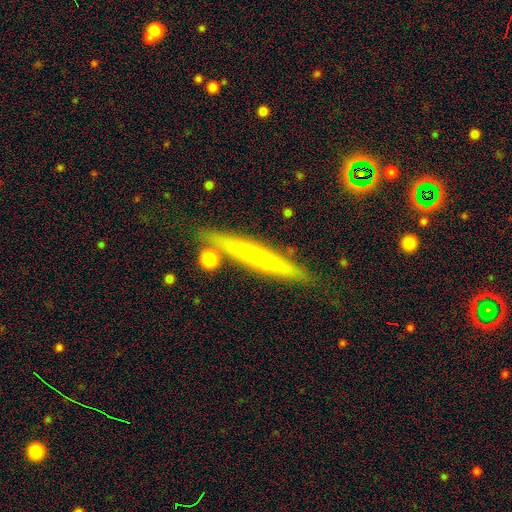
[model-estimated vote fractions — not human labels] The model was most divided on "smooth or featured": smooth: 46%, featured or disk: 45%, star or artifact: 8%. More confident: merging — none (80%).